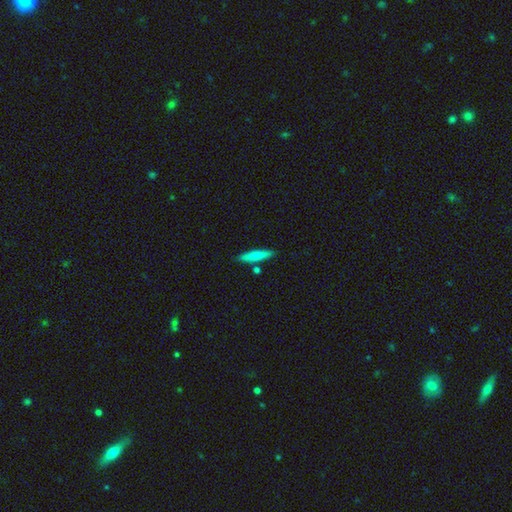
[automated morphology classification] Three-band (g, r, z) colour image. It shows a smooth galaxy with no disk features (66%) that is cigar-shaped (86%). Merging: none (83%).